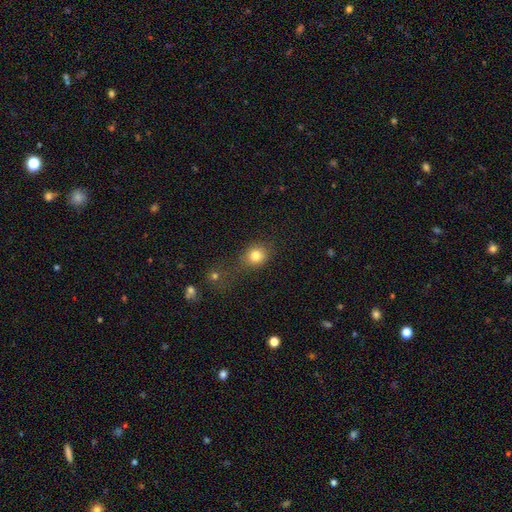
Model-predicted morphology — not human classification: Smooth or featured? Predicted: smooth (p=0.81). How rounded? Predicted: round (p=0.69). Merging? Predicted: none (p=0.53).